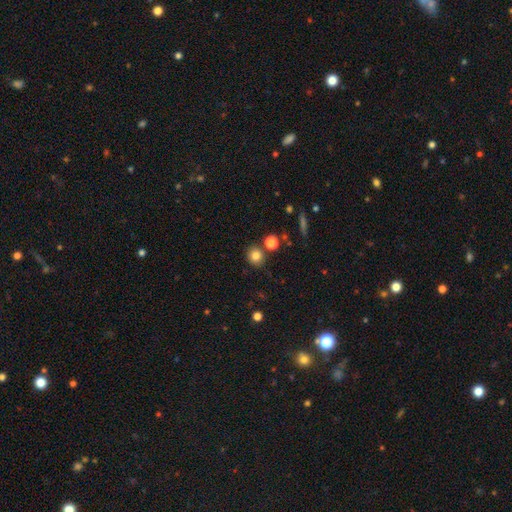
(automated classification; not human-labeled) This is clearly a smooth galaxy (82%). How rounded: clearly round (87%). Merging: clearly none (81%).